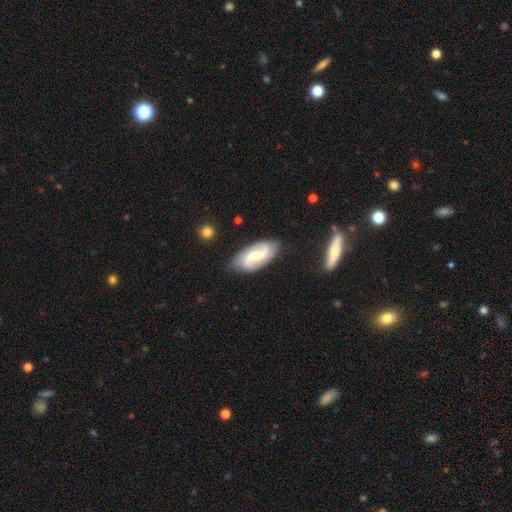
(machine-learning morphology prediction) Smooth or featured? featured or disk (79%)
Edge-on disk? no (95%)
Bar? weak (51%)
Spiral arms? yes (95%)
Spiral winding? medium (42%)
Spiral arm count? 2 (90%)
Bulge size? moderate (46%)
Merging? none (82%)